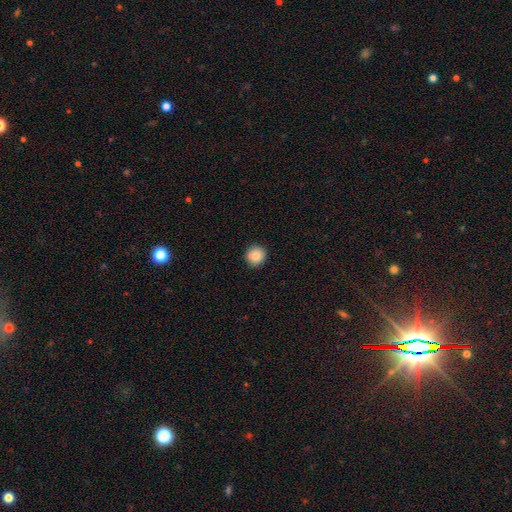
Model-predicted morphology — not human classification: Smooth or featured?
  - smooth: 82% *
  - star or artifact: 9%
  - featured or disk: 9%
How rounded?
  - round: 91% *
  - in between: 8%
  - cigar-shaped: 1%
Merging?
  - none: 82% *
  - minor disturbance: 10%
  - merger: 6%
  - major disturbance: 2%